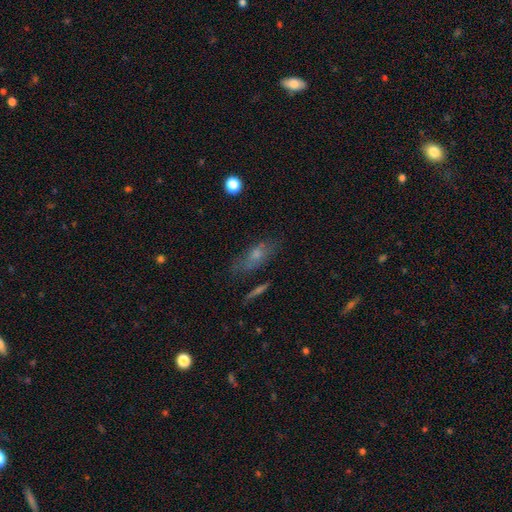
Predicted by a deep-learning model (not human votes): A smooth galaxy with no disk features (45%).

Vote fractions:
- Smooth or featured? smooth: 45% / featured or disk: 38% / star or artifact: 18%
- Merging? none: 70% / minor disturbance: 18% / major disturbance: 8% / merger: 4%